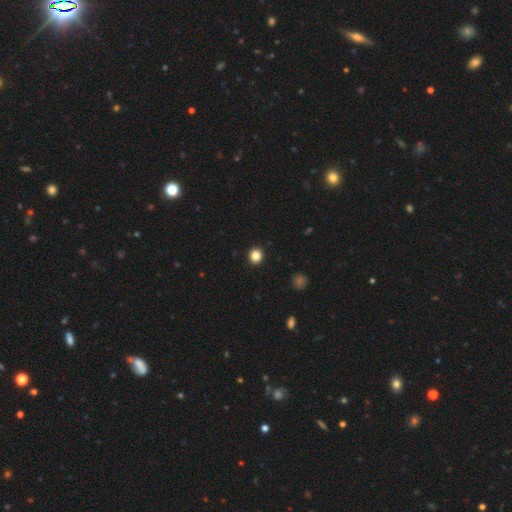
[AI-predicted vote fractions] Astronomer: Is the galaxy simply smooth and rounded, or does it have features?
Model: smooth — 85%.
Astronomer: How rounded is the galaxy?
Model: round — 90%.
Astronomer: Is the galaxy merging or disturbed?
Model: none — 93%.